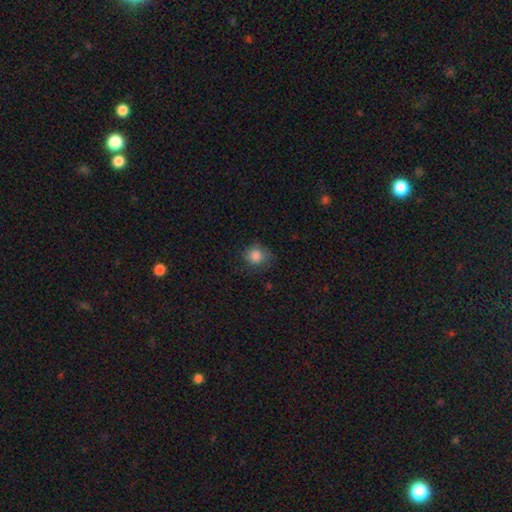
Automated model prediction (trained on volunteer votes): Morphology: type=smooth (83%); roundness=round (83%); merging=none (69%).